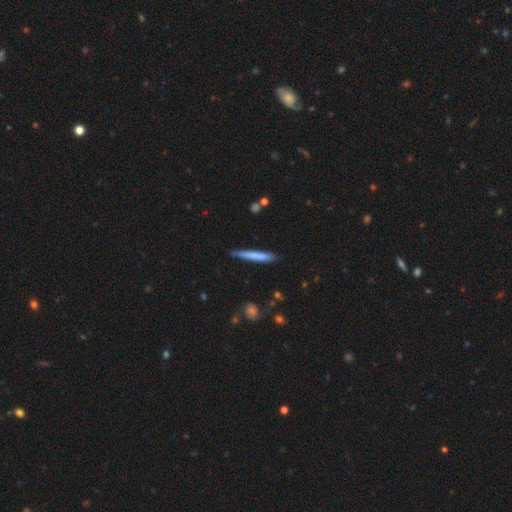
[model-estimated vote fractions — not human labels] This appears to be a smooth galaxy with no disk features (70%) that is cigar-shaped (96%). Merging: none (82%).